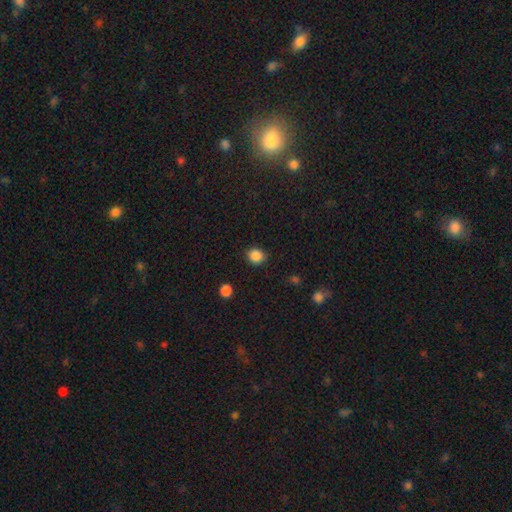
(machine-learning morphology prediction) smooth 87%, star or artifact 10%, featured or disk 3%. Down the decision tree: how rounded — round (86%); merging — none (86%).